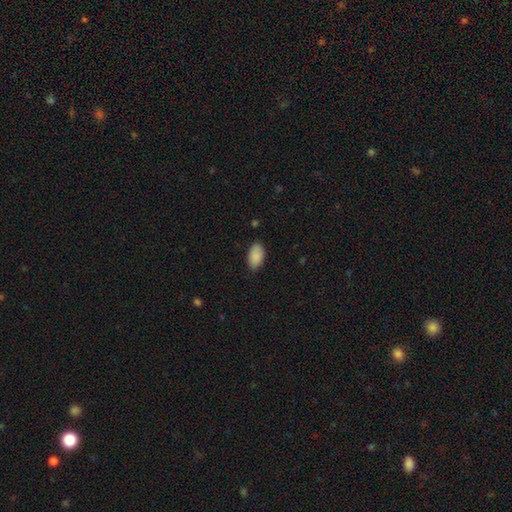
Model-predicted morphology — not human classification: Smooth or featured? smooth (90%)
How rounded? in between (94%)
Merging? none (83%)